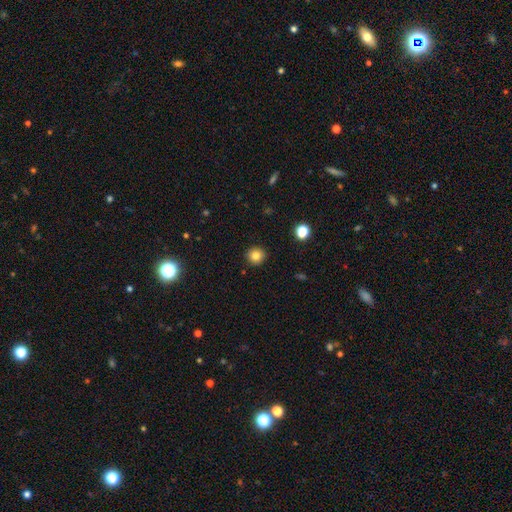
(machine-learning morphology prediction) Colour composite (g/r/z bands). It shows a smooth galaxy with no disk features (82%) that is round (92%). Merging: none (91%).